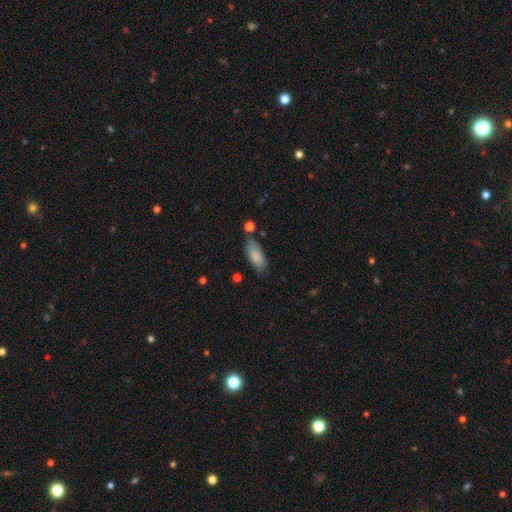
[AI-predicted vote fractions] A smooth galaxy with no disk features (85%) that is in between round and cigar-shaped (82%). Merging: none (70%).